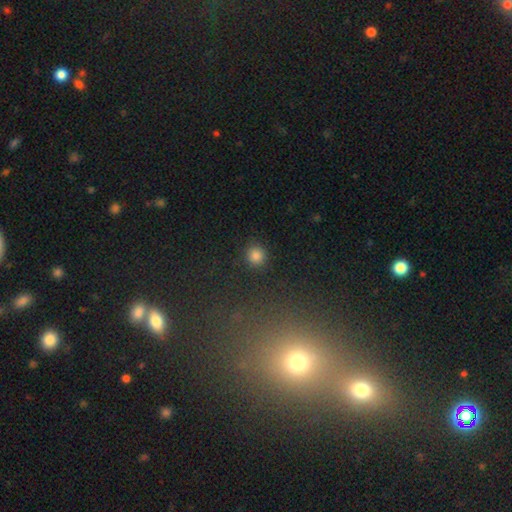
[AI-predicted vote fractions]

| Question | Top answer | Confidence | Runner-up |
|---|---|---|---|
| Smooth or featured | smooth | 83% | star or artifact (13%) |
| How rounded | round | 95% | in between (4%) |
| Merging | none | 91% | minor disturbance (5%) |